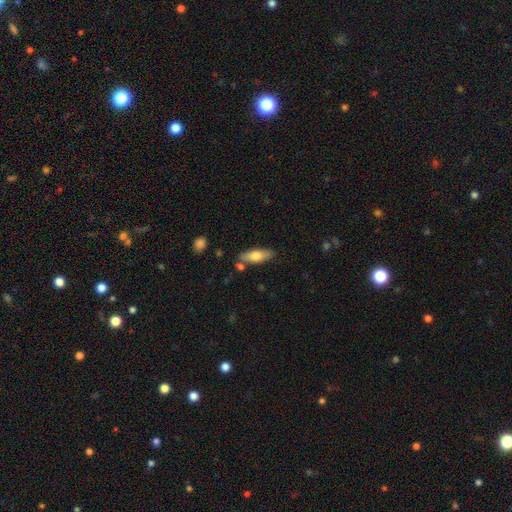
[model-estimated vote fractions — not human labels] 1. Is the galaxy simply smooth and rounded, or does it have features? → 71% smooth, 23% featured or disk, 6% star or artifact.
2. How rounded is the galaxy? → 64% in between, 34% cigar-shaped, 2% round.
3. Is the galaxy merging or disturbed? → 78% none, 13% minor disturbance, 6% merger, 3% major disturbance.